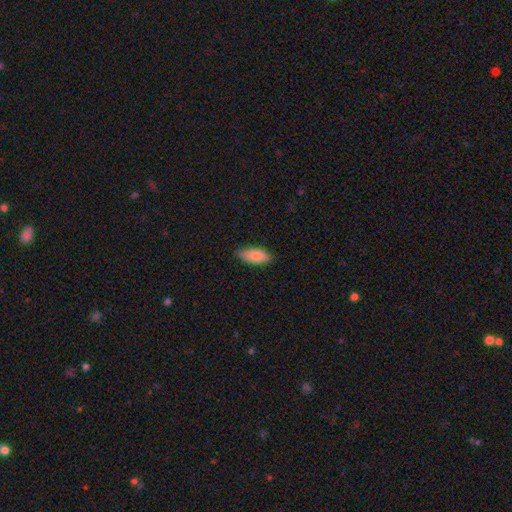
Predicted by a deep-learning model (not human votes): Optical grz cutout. It shows a smooth galaxy with no disk features (84%) that is in between round and cigar-shaped (85%). Merging: none (80%).